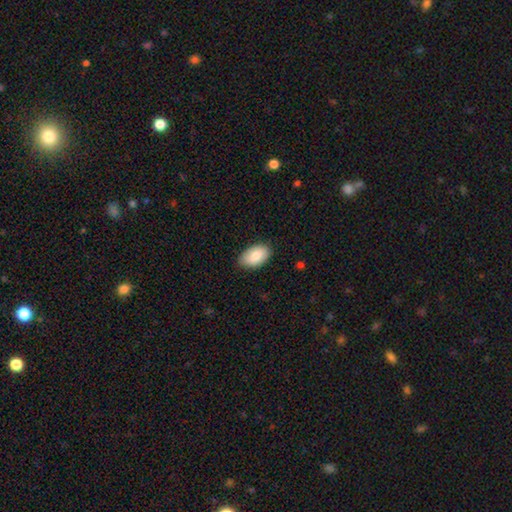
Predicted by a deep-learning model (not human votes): Morphology: type=smooth (84%); roundness=in between (94%); merging=none (83%).